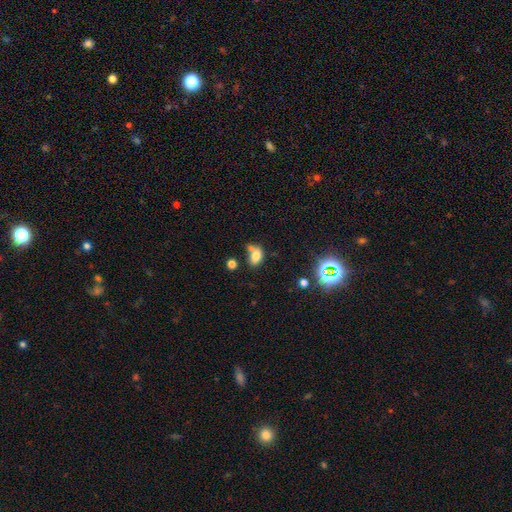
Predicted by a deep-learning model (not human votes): Smooth or featured? Predicted: smooth (p=0.76). How rounded? Predicted: in between (p=0.82). Merging? Predicted: none (p=0.43).